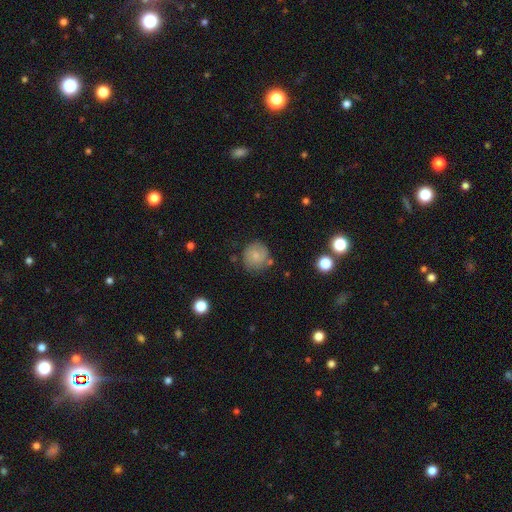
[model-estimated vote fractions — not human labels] Smooth or featured? Predicted: smooth (p=0.50). Merging? Predicted: none (p=0.71).